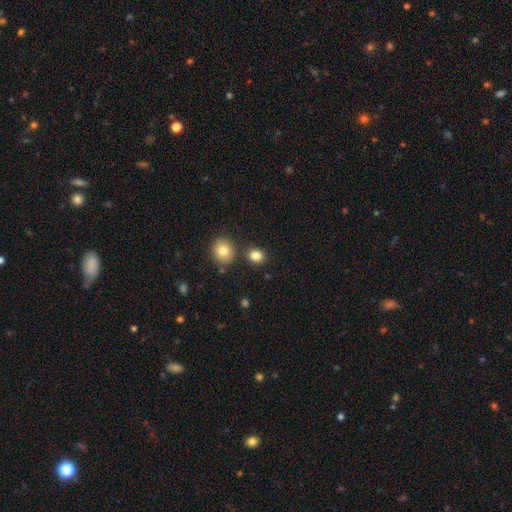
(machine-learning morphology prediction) Q: Smooth or featured?
A: smooth (83%); runner-up: star or artifact (11%)
Q: How rounded?
A: round (65%); runner-up: in between (34%)
Q: Merging?
A: none (81%); runner-up: merger (9%)